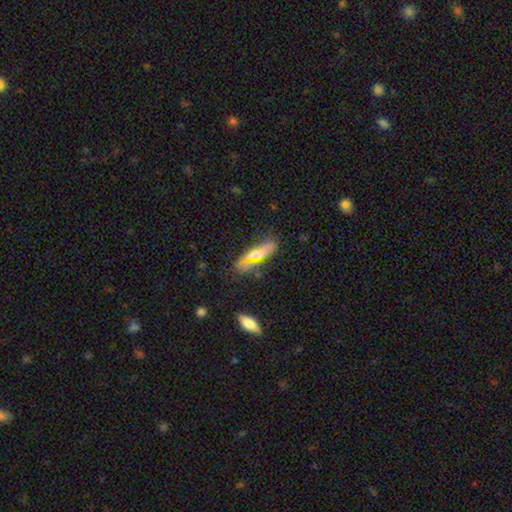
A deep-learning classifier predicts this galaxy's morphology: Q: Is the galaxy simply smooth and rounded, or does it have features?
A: smooth — 49%.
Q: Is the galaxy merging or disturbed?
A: none — 65%.